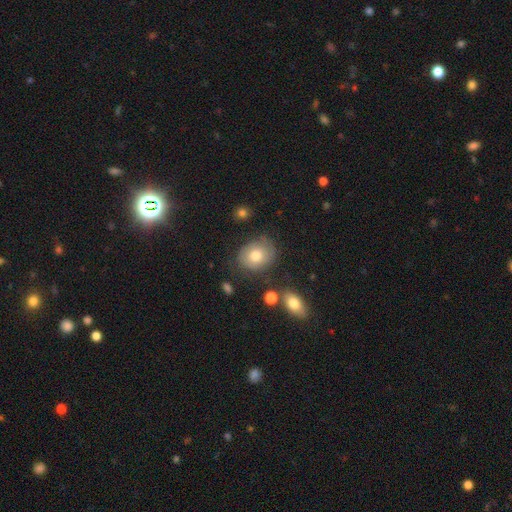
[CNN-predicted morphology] smooth_or_featured: smooth (p=0.66) [alt: featured or disk p=0.25]
how_rounded: in between (p=0.52) [alt: round p=0.47]
merging: none (p=0.70) [alt: minor disturbance p=0.20]